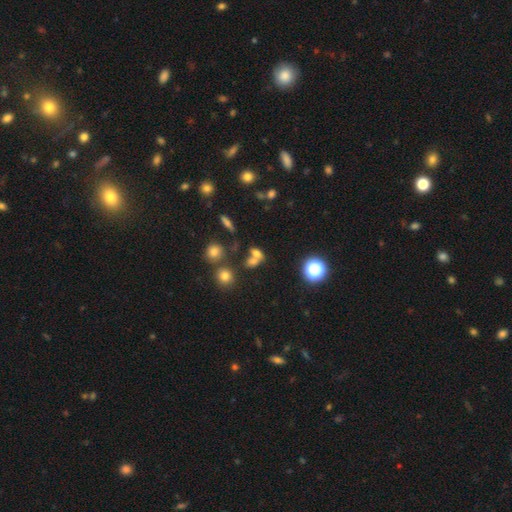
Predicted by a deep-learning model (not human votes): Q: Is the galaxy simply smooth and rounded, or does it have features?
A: smooth — 61%.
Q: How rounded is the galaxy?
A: in between — 62%.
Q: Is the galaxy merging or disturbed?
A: merger — 51%.